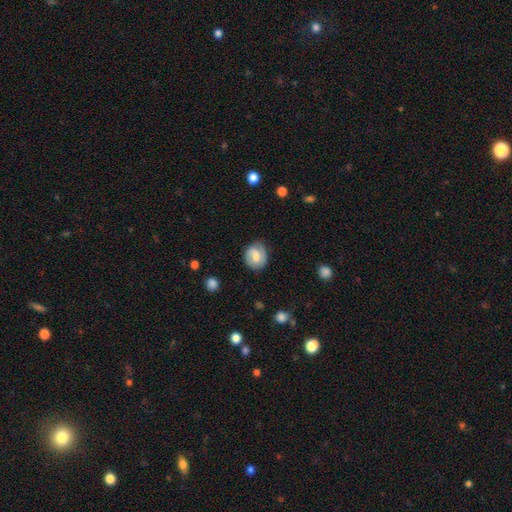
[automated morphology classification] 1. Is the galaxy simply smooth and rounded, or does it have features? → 48% smooth, 45% featured or disk, 7% star or artifact.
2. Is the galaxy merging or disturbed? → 76% none, 17% minor disturbance, 5% major disturbance, 1% merger.